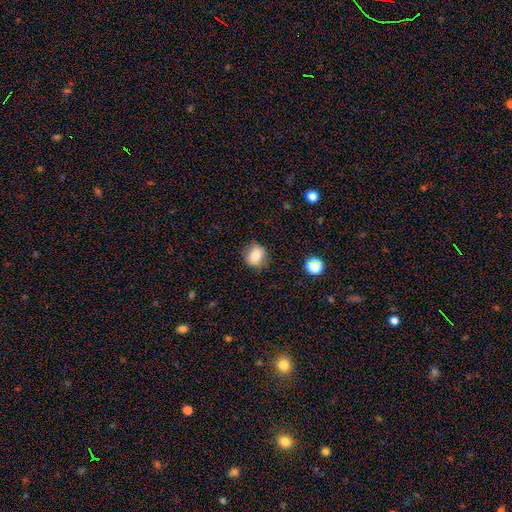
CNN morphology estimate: smooth-or-featured: smooth: 78% | featured or disk: 12% | star or artifact: 10%
  how-rounded: round: 74% | in between: 25% | cigar-shaped: 1%
  merging: none: 78% | minor disturbance: 17% | major disturbance: 5% | merger: 1%